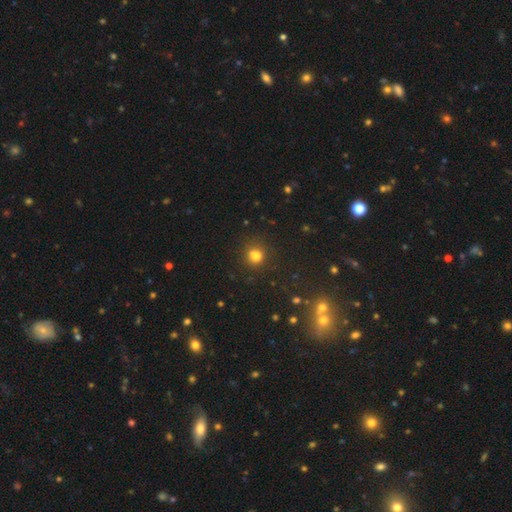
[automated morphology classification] This appears to be a smooth galaxy with no disk features (76%) that is round (79%). Merging: none (70%).